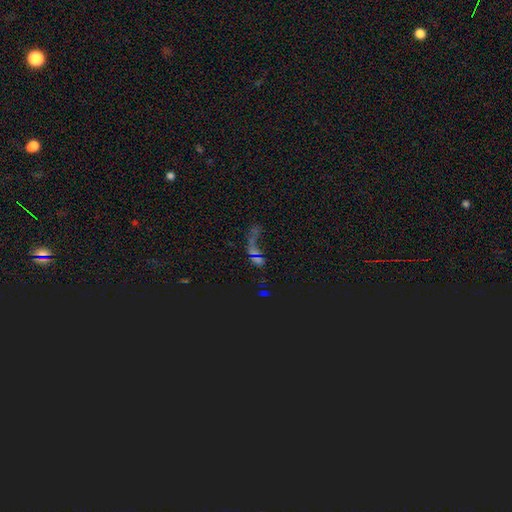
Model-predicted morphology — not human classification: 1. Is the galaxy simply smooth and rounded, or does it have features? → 47% star or artifact, 27% smooth, 26% featured or disk.